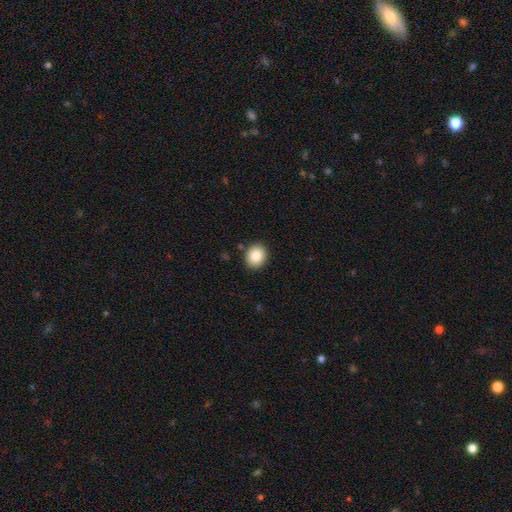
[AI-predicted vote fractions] Morphology: type=smooth (85%); roundness=round (68%); merging=none (88%).